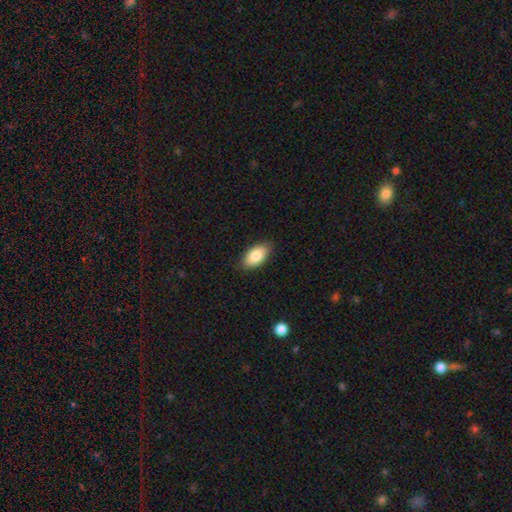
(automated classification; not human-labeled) A smooth galaxy with no disk features (84%) that is in between round and cigar-shaped (94%).

Vote fractions:
- Smooth or featured? smooth: 84% / featured or disk: 10% / star or artifact: 7%
- How rounded? in between: 94% / round: 4% / cigar-shaped: 2%
- Merging? none: 86% / minor disturbance: 11% / major disturbance: 2% / merger: 1%